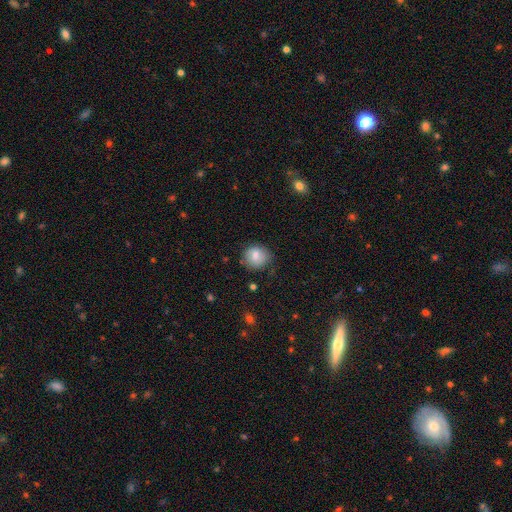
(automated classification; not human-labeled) This is likely a smooth galaxy (80%). How rounded: clearly round (82%). Merging: likely none (77%).